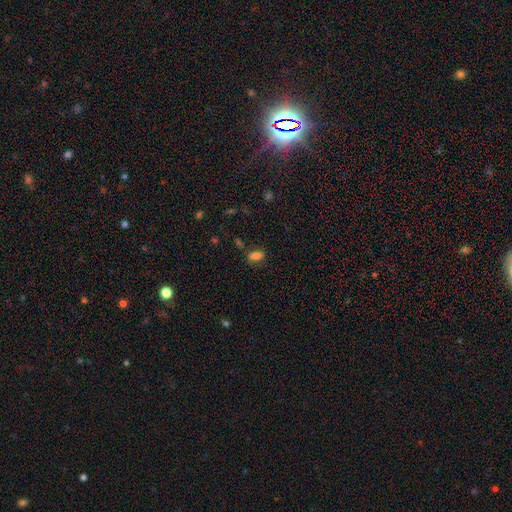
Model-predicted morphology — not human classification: Q: Smooth or featured?
A: smooth (78%); runner-up: star or artifact (14%)
Q: How rounded?
A: in between (85%); runner-up: round (8%)
Q: Merging?
A: none (68%); runner-up: minor disturbance (19%)